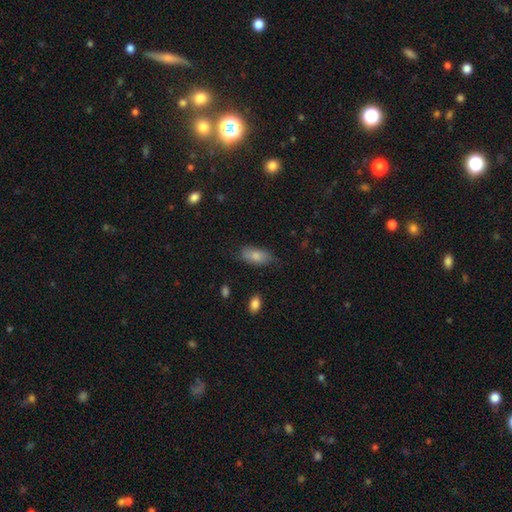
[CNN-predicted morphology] Smooth or featured: smooth — 81% (featured or disk — 13%)
How rounded: in between — 88% (cigar-shaped — 9%)
Merging: none — 71% (minor disturbance — 23%)